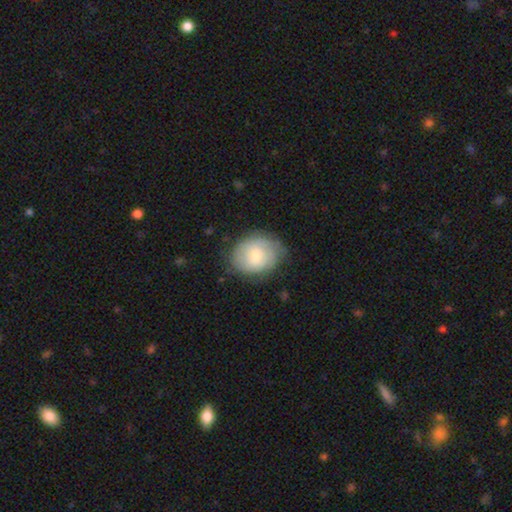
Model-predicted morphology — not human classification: smooth 51%, featured or disk 42%, star or artifact 7%. Down the decision tree: how rounded — round (53%); merging — none (70%).